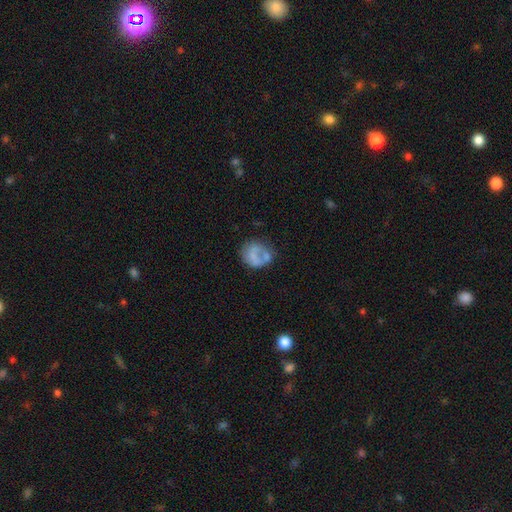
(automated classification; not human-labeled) smooth 55%, featured or disk 36%, star or artifact 9%. Down the decision tree: how rounded — round (69%); merging — none (41%).